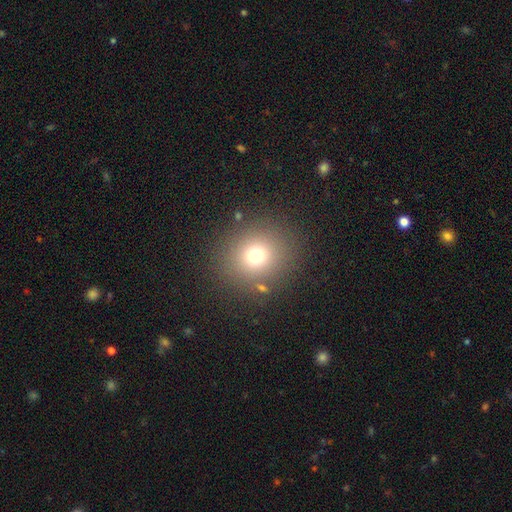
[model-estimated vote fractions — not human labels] Smooth or featured? Predicted: smooth (p=0.72). How rounded? Predicted: round (p=0.84). Merging? Predicted: none (p=0.84).